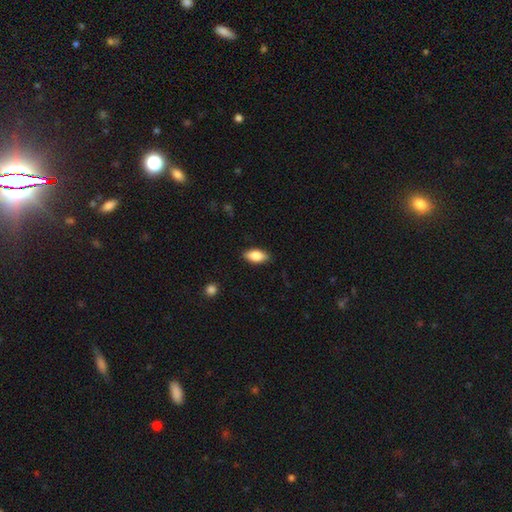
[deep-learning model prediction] Smooth or featured? Predicted: smooth (p=0.81). How rounded? Predicted: in between (p=0.88). Merging? Predicted: none (p=0.87).